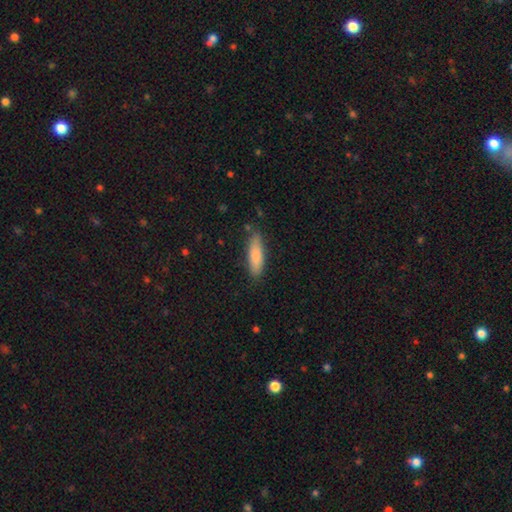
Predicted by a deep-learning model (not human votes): Smooth or featured: smooth — 83% (featured or disk — 11%)
How rounded: cigar-shaped — 57% (in between — 42%)
Merging: none — 82% (minor disturbance — 13%)